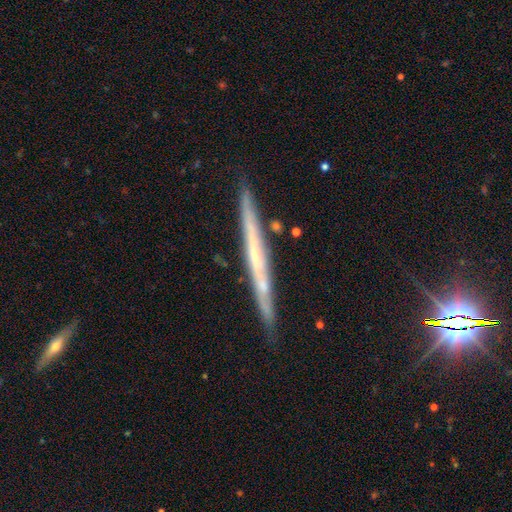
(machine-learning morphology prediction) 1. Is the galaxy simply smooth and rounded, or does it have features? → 65% featured or disk, 28% smooth, 8% star or artifact.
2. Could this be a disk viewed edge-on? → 96% yes, 4% no.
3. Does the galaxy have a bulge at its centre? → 80% none, 14% rounded, 6% boxy.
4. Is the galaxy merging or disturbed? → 86% none, 11% minor disturbance, 2% merger, 2% major disturbance.